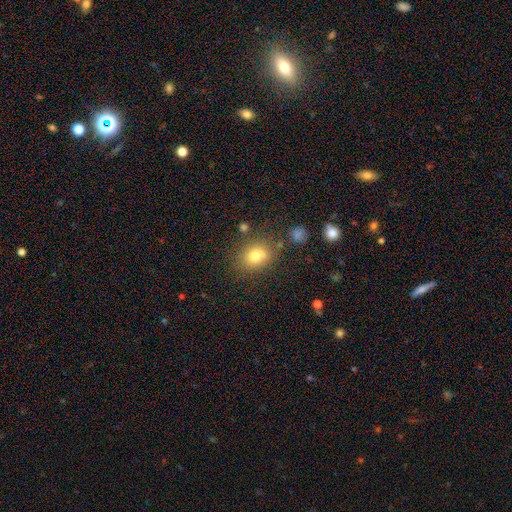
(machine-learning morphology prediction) This appears to be a smooth galaxy with no disk features (77%) that is in between round and cigar-shaped (55%). Merging: none (71%).